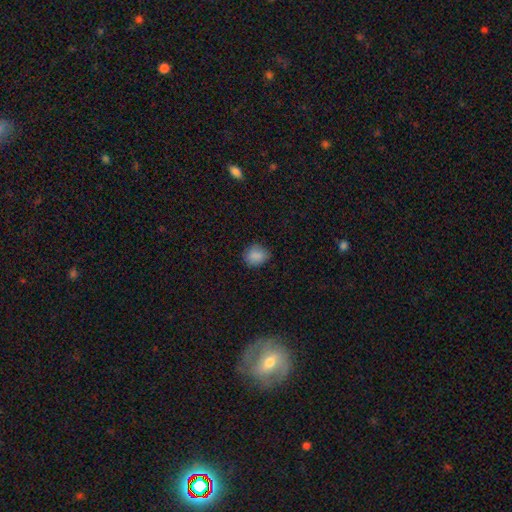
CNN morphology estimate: The model was most divided on "how rounded": round: 70%, in between: 29%, cigar-shaped: 1%. More confident: smooth or featured — smooth (86%); merging — none (77%).